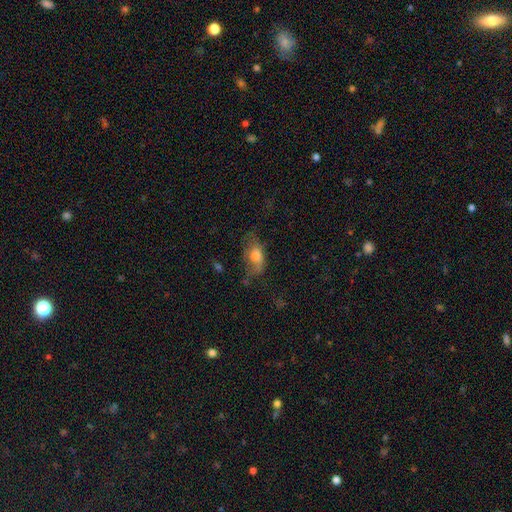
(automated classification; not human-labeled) Smooth or featured? smooth (66%)
How rounded? in between (84%)
Merging? none (43%)